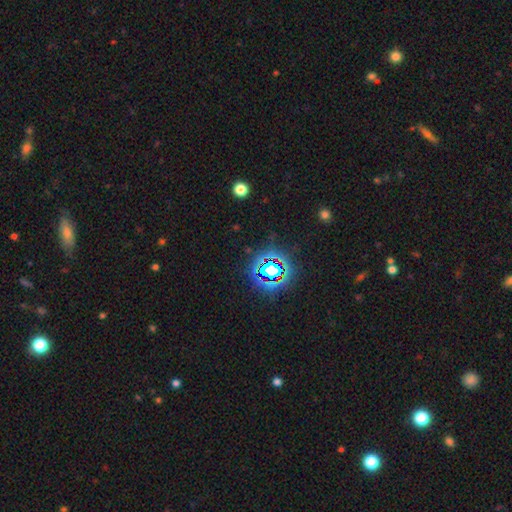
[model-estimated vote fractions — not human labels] The model was most divided on "smooth or featured": star or artifact: 81%, smooth: 12%, featured or disk: 8%.